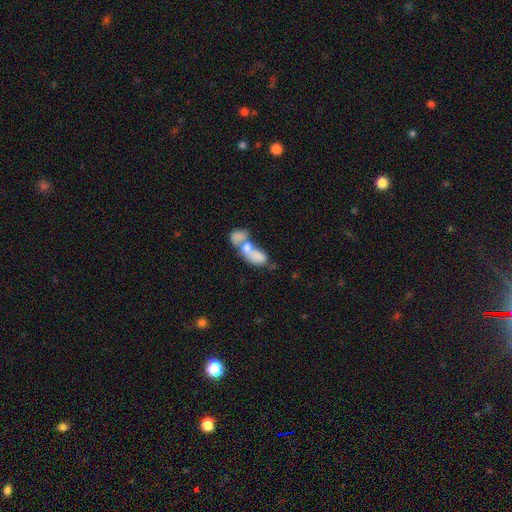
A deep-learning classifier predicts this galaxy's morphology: Smooth or featured: smooth — 63% (featured or disk — 28%)
How rounded: in between — 86% (round — 8%)
Merging: merger — 76% (none — 10%)